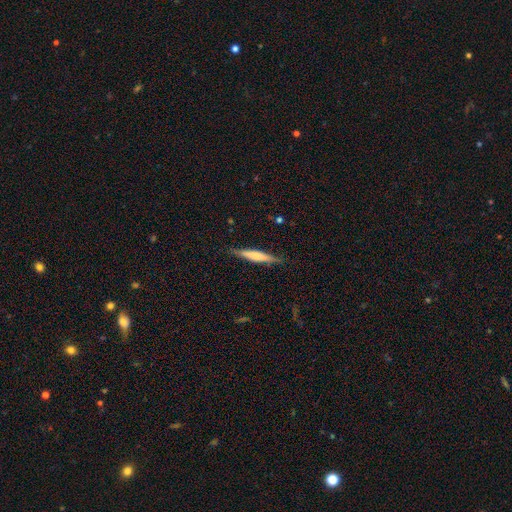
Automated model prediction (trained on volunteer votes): Smooth or featured? smooth (53%)
How rounded? cigar-shaped (90%)
Merging? none (86%)